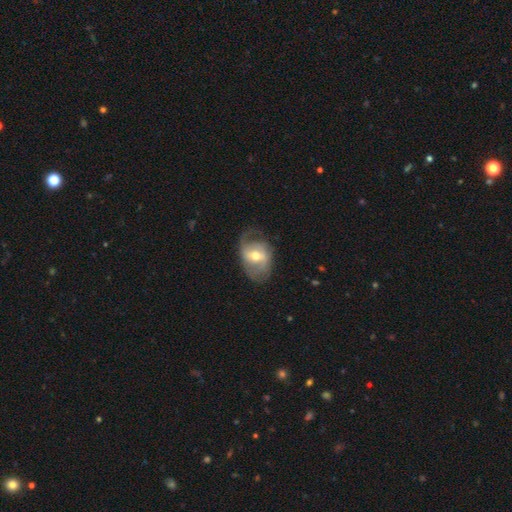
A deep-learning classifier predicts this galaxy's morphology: A featured or disk galaxy (66%) with a weak bar (47%), spiral arms (74%) and a moderate central bulge (69%).

Vote fractions:
- Smooth or featured? featured or disk: 66% / smooth: 28% / star or artifact: 6%
- Edge-on disk? no: 95% / yes: 5%
- Bar? weak: 47% / no: 28% / strong: 26%
- Spiral arms? yes: 74% / no: 26%
- Bulge size? moderate: 69% / small: 23% / large: 6% / none: 1% / dominant: 1%
- Merging? none: 54% / minor disturbance: 27% / major disturbance: 18% / merger: 1%